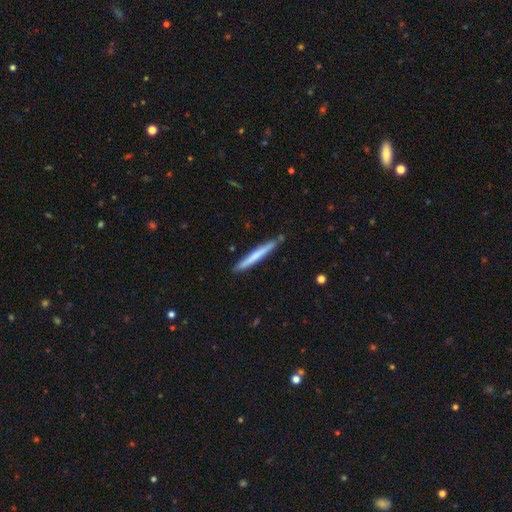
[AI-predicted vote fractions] Morphology: type=smooth (60%); roundness=cigar-shaped (97%); merging=none (87%).